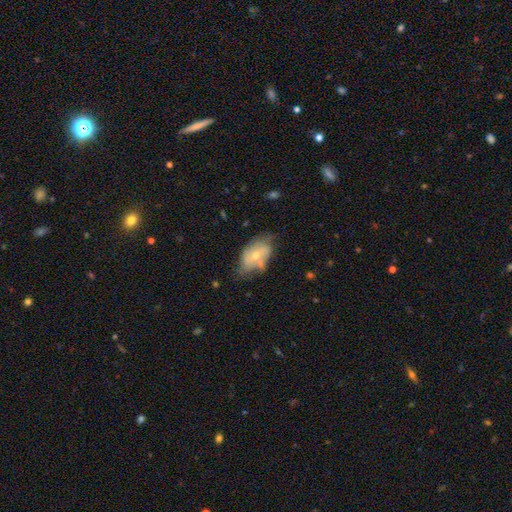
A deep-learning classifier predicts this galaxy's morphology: Smooth or featured? Predicted: smooth (p=0.49). Merging? Predicted: none (p=0.45).